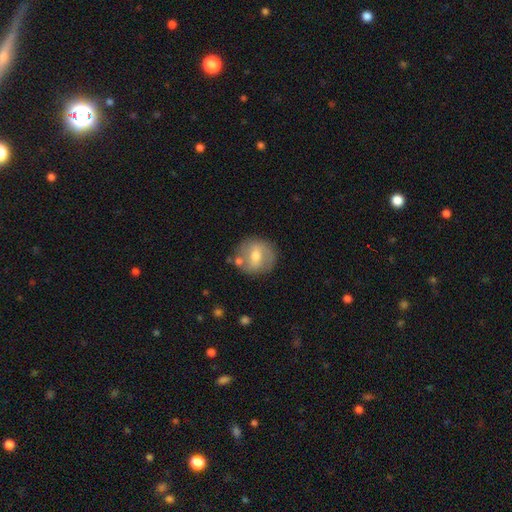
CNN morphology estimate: Smooth or featured: featured or disk — 48% (smooth — 45%)
Merging: none — 75% (minor disturbance — 14%)